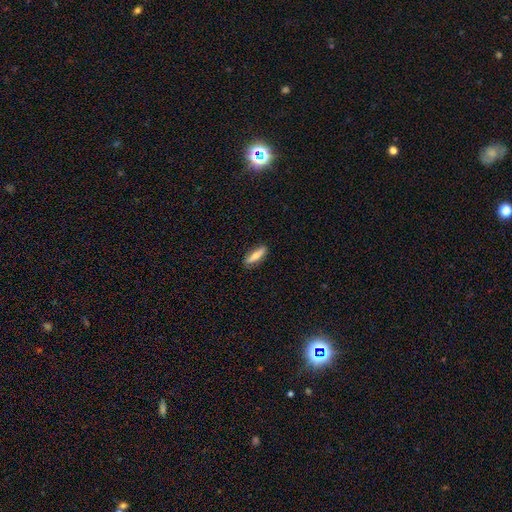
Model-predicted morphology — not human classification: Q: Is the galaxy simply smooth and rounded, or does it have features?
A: smooth — 75%.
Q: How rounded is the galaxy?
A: cigar-shaped — 65%.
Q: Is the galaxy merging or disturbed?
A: none — 86%.